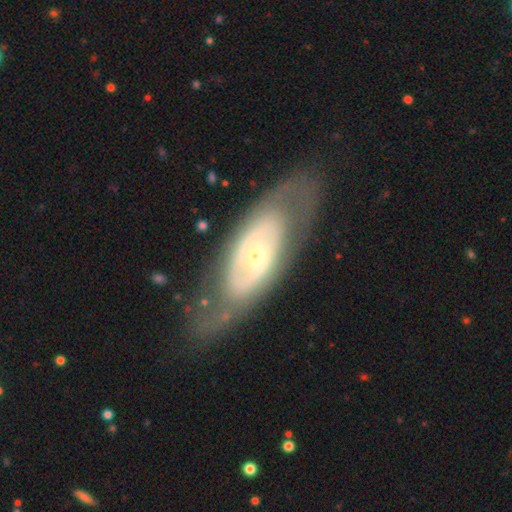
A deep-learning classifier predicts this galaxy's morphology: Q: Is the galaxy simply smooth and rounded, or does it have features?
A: featured or disk — 73%.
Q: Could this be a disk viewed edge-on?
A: no — 88%.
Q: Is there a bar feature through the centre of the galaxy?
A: no — 71%.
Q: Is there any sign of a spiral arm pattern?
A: no — 51%.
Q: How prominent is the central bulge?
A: small — 67%.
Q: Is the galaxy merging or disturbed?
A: none — 69%.